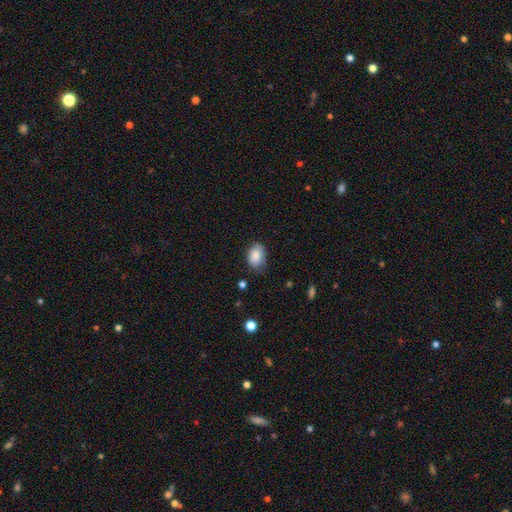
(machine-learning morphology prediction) Overall: smooth (86%). How rounded: in between (77%). Merging: none (69%).